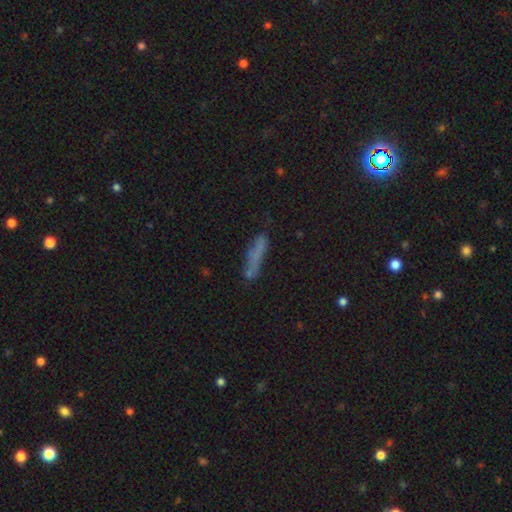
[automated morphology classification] The model was most divided on "smooth or featured": smooth: 61%, featured or disk: 23%, star or artifact: 16%. More confident: how rounded — cigar-shaped (84%); merging — none (64%).